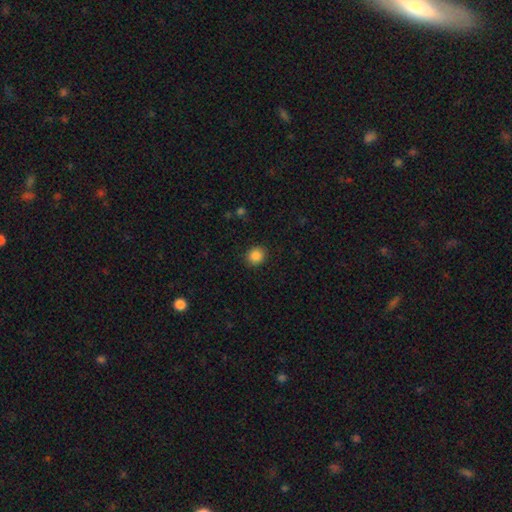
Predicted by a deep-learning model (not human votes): Smooth or featured?
  - smooth: 86% *
  - star or artifact: 10%
  - featured or disk: 4%
How rounded?
  - round: 81% *
  - in between: 18%
  - cigar-shaped: 1%
Merging?
  - none: 90% *
  - minor disturbance: 6%
  - major disturbance: 2%
  - merger: 1%